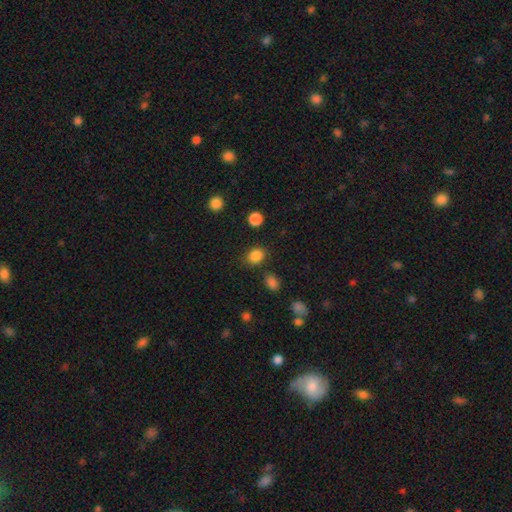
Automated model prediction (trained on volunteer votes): smooth_or_featured: smooth (p=0.85) [alt: star or artifact p=0.11]
how_rounded: in between (p=0.52) [alt: round p=0.47]
merging: none (p=0.80) [alt: minor disturbance p=0.12]